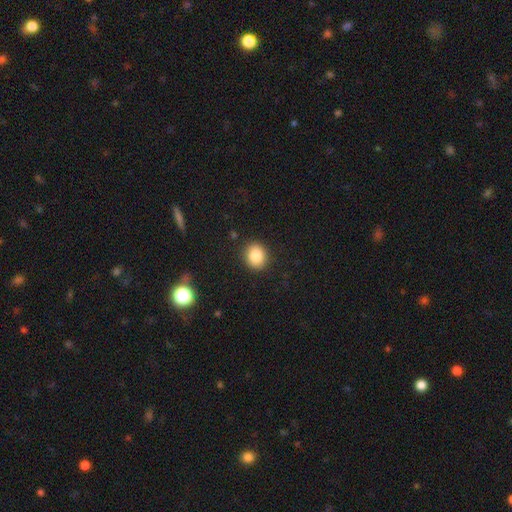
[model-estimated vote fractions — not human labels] Smooth or featured? smooth (84%)
How rounded? round (76%)
Merging? none (90%)